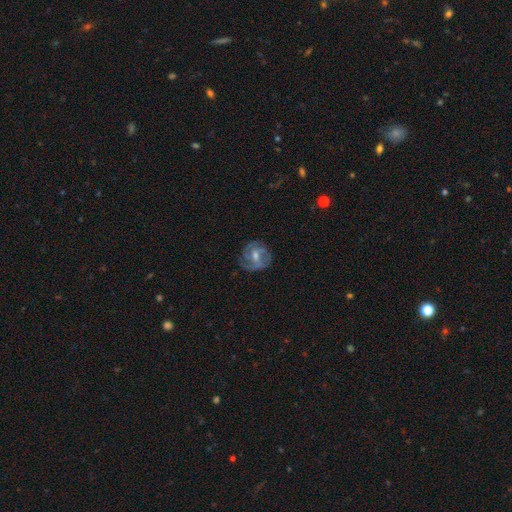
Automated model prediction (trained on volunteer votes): Q: Smooth or featured?
A: featured or disk (70%); runner-up: smooth (21%)
Q: Edge-on disk?
A: no (97%); runner-up: yes (3%)
Q: Bar?
A: weak (48%); runner-up: no (36%)
Q: Spiral arms?
A: yes (82%); runner-up: no (18%)
Q: Spiral winding?
A: tight (49%); runner-up: medium (38%)
Q: Spiral arm count?
A: can't tell (32%); runner-up: 2 (31%)
Q: Bulge size?
A: moderate (62%); runner-up: small (29%)
Q: Merging?
A: none (73%); runner-up: minor disturbance (17%)